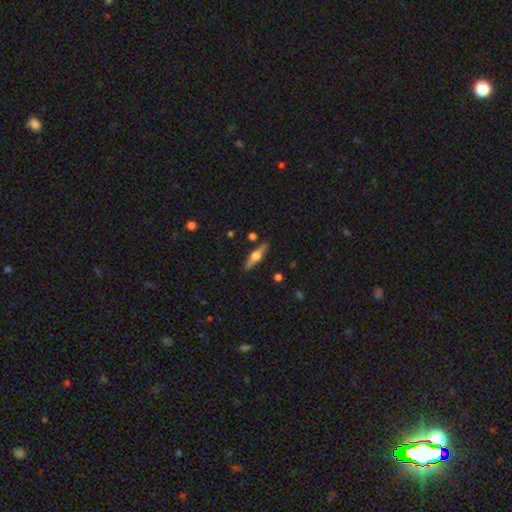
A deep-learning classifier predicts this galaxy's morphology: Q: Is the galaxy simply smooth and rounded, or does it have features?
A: featured or disk — 66%.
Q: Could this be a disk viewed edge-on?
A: yes — 96%.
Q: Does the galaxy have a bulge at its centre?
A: rounded — 94%.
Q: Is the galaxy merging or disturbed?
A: none — 88%.